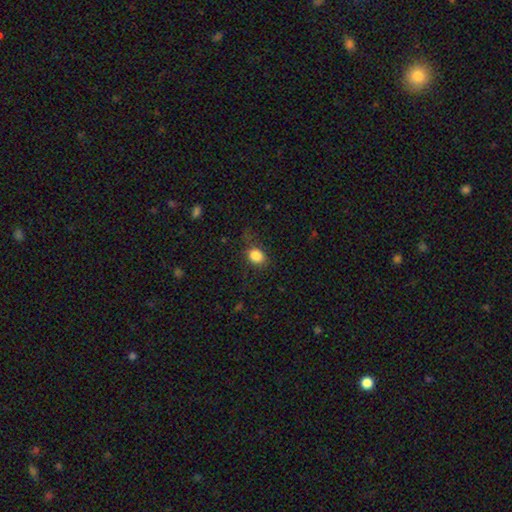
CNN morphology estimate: smooth_or_featured: smooth (p=0.85) [alt: star or artifact p=0.10]
how_rounded: round (p=0.50) [alt: in between p=0.49]
merging: none (p=0.73) [alt: minor disturbance p=0.18]